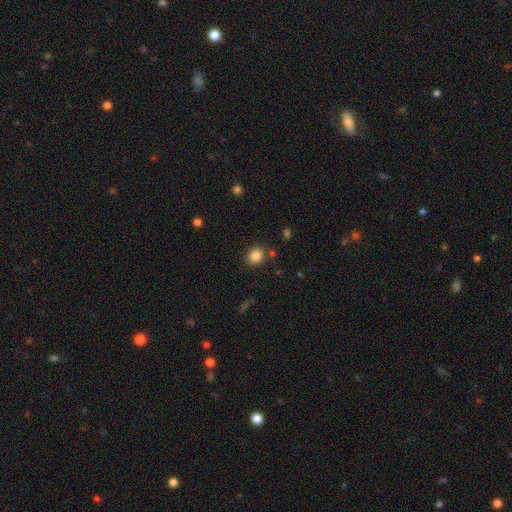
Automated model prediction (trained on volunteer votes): This appears to be a smooth galaxy with no disk features (85%) that is round (65%). Merging: none (82%).